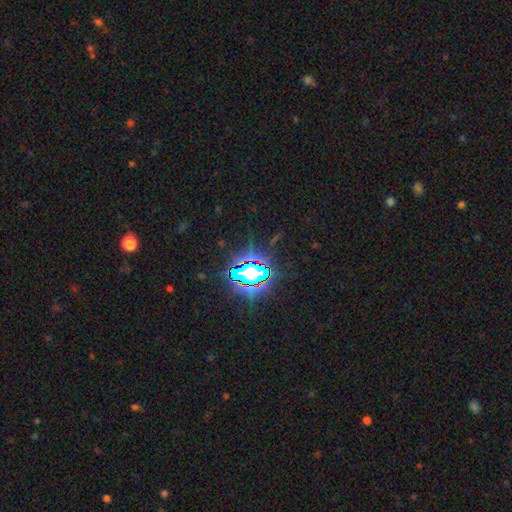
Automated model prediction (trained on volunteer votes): This appears to be a star or artifact, not a galaxy (80%).